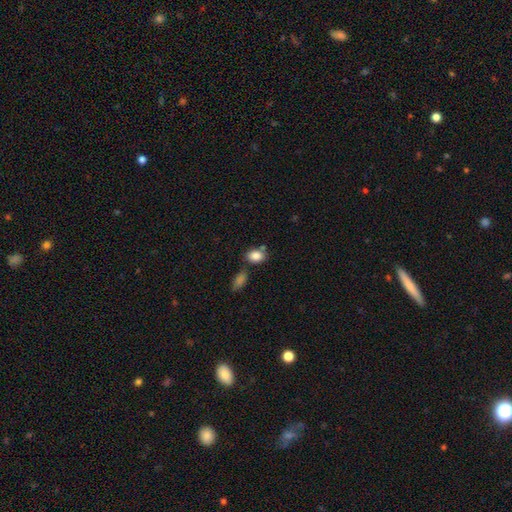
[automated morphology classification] This is clearly a smooth galaxy (85%). How rounded: likely in between (68%). Merging: likely none (64%).